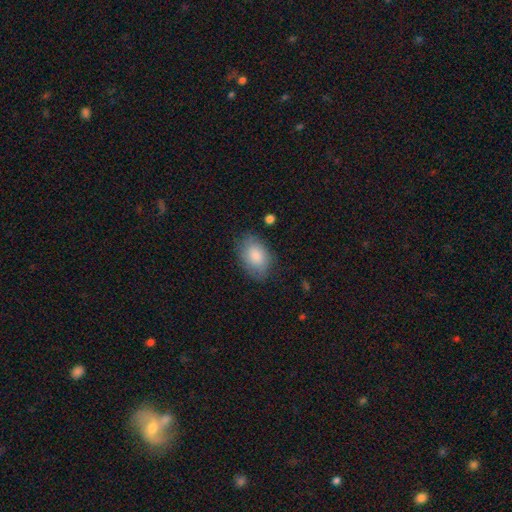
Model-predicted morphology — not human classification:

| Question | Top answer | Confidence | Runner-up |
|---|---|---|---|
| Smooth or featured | smooth | 83% | featured or disk (11%) |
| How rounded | in between | 86% | round (13%) |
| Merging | none | 74% | minor disturbance (19%) |